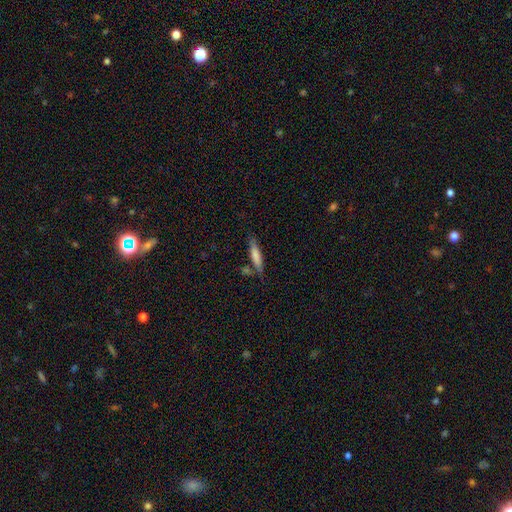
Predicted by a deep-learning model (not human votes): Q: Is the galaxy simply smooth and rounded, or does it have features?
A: smooth — 77%.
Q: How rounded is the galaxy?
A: cigar-shaped — 81%.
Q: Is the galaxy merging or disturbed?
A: none — 72%.